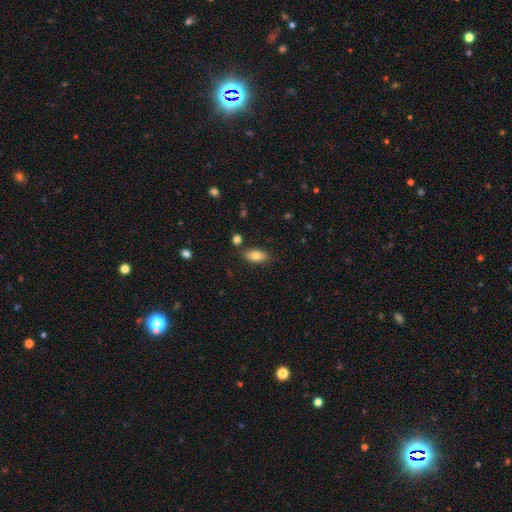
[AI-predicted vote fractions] Overall: smooth (78%). How rounded: in between (88%). Merging: none (81%).